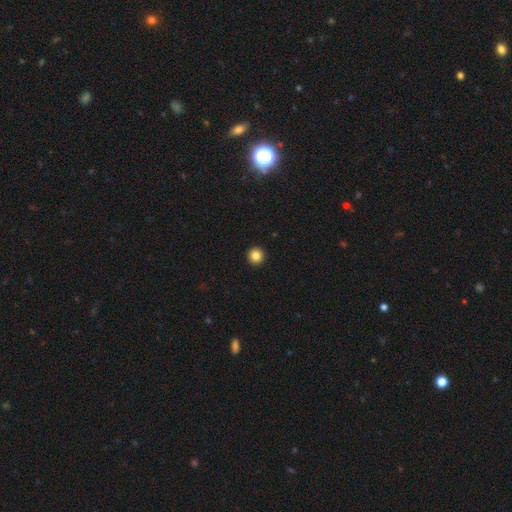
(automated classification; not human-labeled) smooth 85%, star or artifact 11%, featured or disk 4%. Down the decision tree: how rounded — round (96%); merging — none (94%).